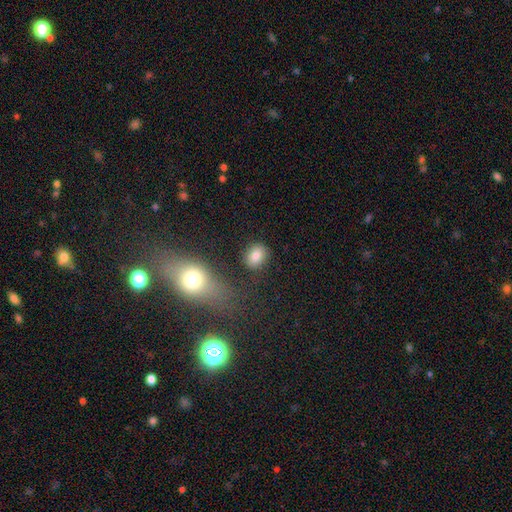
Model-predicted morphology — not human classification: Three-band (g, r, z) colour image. It shows a smooth galaxy with no disk features (83%) that is in between round and cigar-shaped (53%). Merging: none (82%).